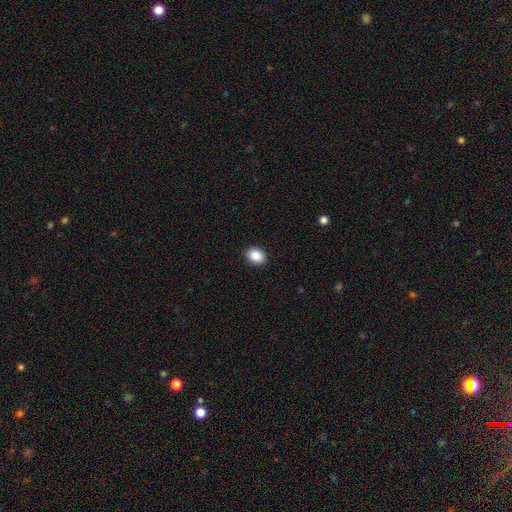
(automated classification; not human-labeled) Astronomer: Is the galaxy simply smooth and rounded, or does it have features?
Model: smooth — 89%.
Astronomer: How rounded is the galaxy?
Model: in between — 63%.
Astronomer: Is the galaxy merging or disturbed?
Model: none — 91%.